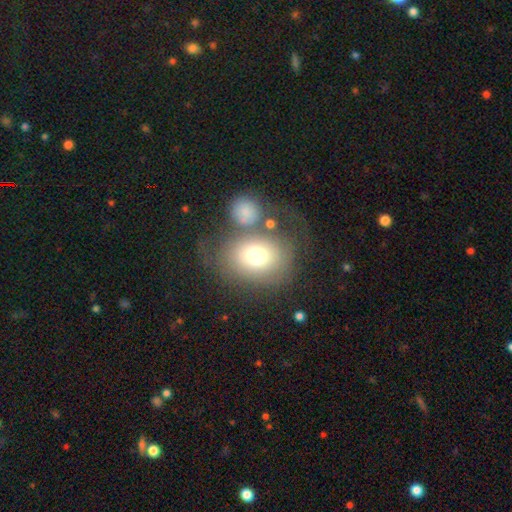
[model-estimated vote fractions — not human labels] smooth 68%, featured or disk 20%, star or artifact 11%. Down the decision tree: how rounded — round (55%); merging — none (50%).